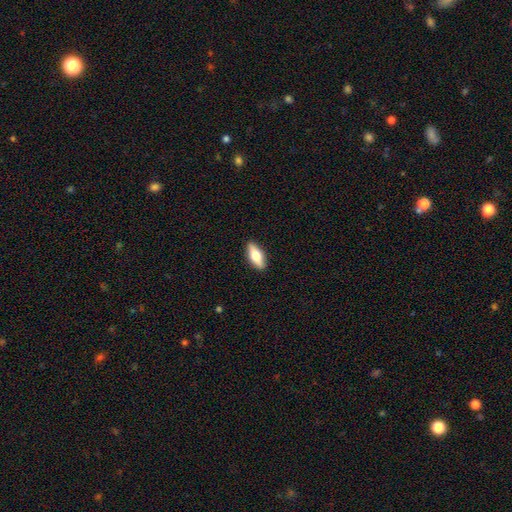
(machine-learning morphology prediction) type=smooth (67%); roundness=in between (73%); merging=none (90%).